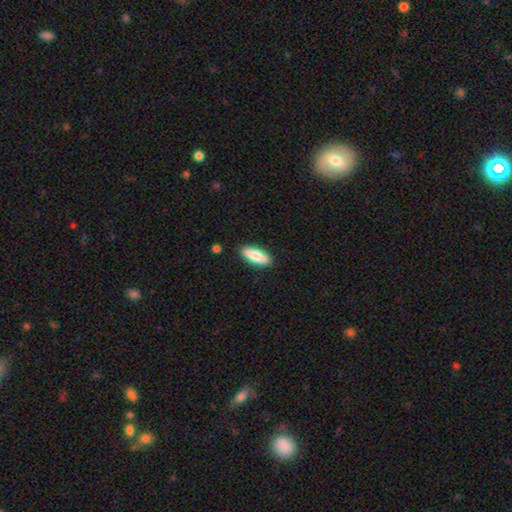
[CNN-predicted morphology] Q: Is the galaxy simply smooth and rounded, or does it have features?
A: smooth — 76%.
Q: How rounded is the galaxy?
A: in between — 58%.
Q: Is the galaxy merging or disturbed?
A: none — 89%.